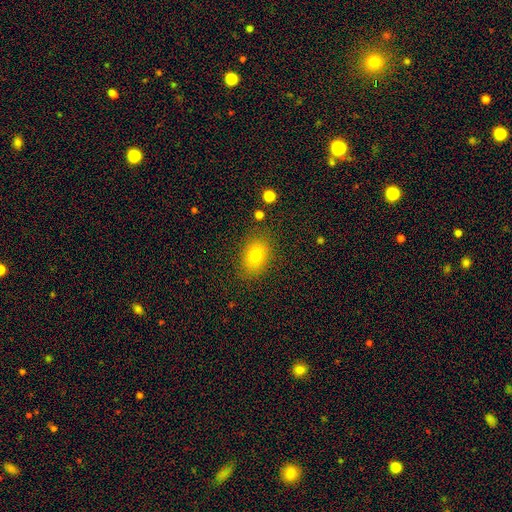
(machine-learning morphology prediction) A smooth galaxy with no disk features (78%) that is in between round and cigar-shaped (76%).

Vote fractions:
- Smooth or featured? smooth: 78% / featured or disk: 11% / star or artifact: 11%
- How rounded? in between: 76% / round: 23% / cigar-shaped: 1%
- Merging? none: 83% / minor disturbance: 12% / major disturbance: 4% / merger: 2%